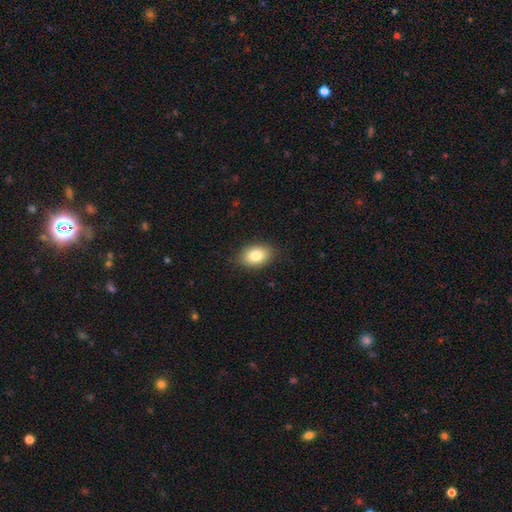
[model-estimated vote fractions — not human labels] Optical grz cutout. It shows a smooth galaxy with no disk features (83%) that is in between round and cigar-shaped (83%). Merging: none (87%).